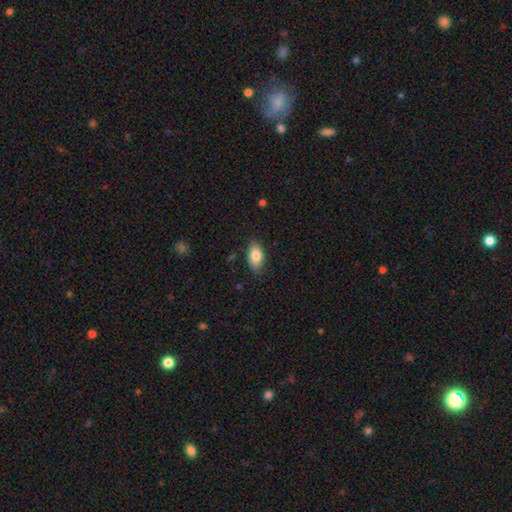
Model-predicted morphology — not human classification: A smooth galaxy with no disk features (83%) that is in between round and cigar-shaped (91%). Merging: none (83%).